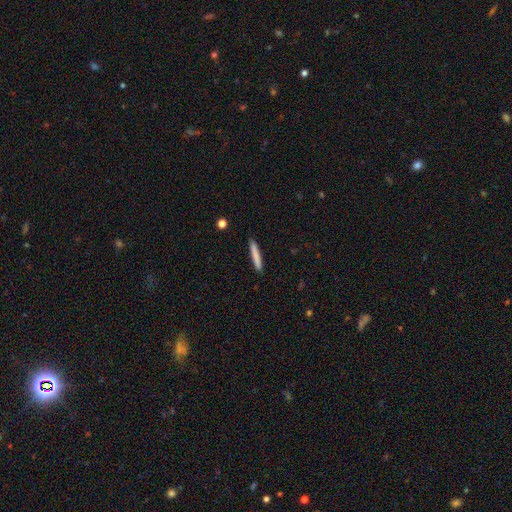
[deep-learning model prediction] smooth-or-featured: smooth: 80% | featured or disk: 14% | star or artifact: 6%
  how-rounded: cigar-shaped: 95% | in between: 3% | round: 1%
  merging: none: 91% | minor disturbance: 7% | major disturbance: 1% | merger: 1%